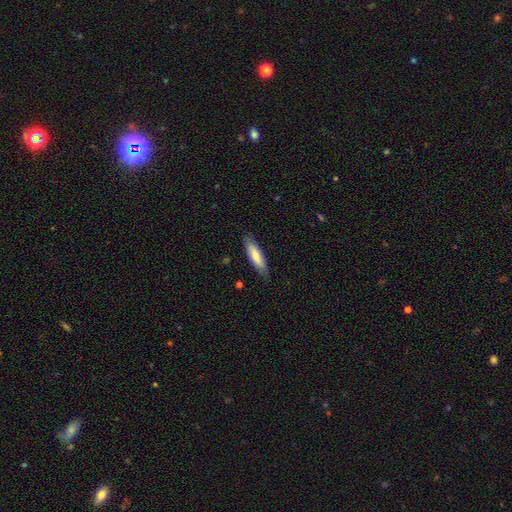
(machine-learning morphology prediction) This is likely a smooth galaxy (71%). How rounded: possibly cigar-shaped (60%). Merging: clearly none (84%).